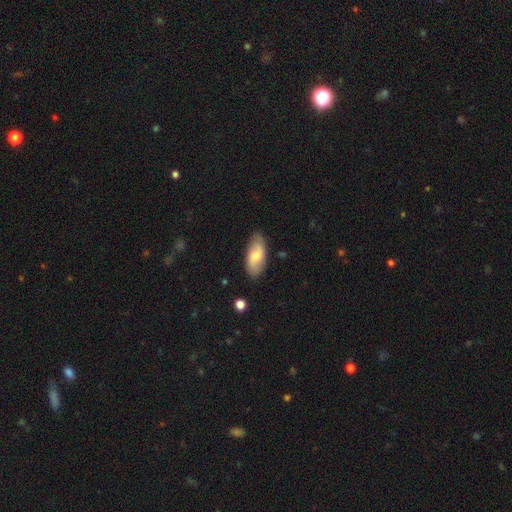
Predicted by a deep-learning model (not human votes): smooth 63%, featured or disk 31%, star or artifact 6%. Down the decision tree: how rounded — in between (89%); merging — none (82%).